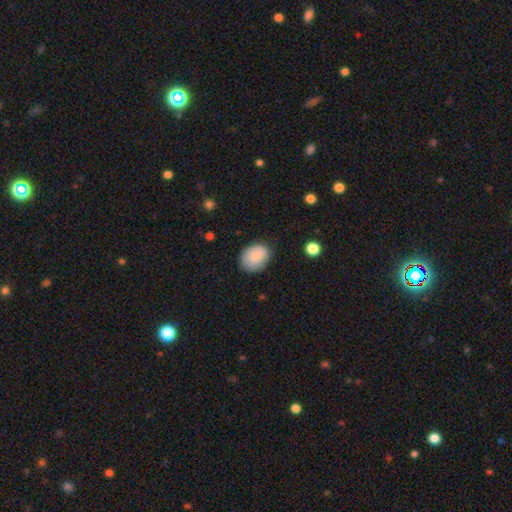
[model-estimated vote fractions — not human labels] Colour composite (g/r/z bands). It shows a smooth galaxy with no disk features (85%) that is in between round and cigar-shaped (57%). Merging: none (77%).